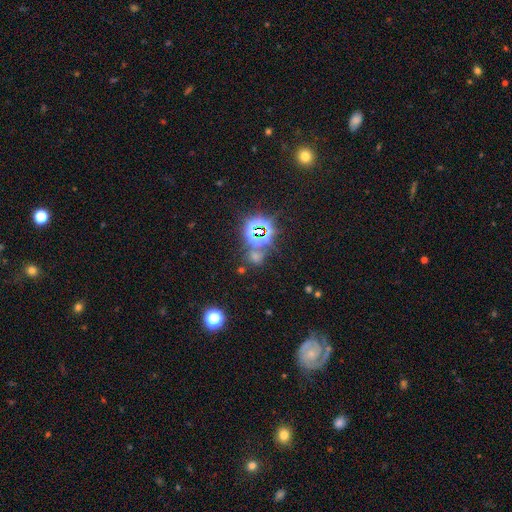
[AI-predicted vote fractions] The model was most divided on "smooth or featured": star or artifact: 67%, smooth: 22%, featured or disk: 11%.